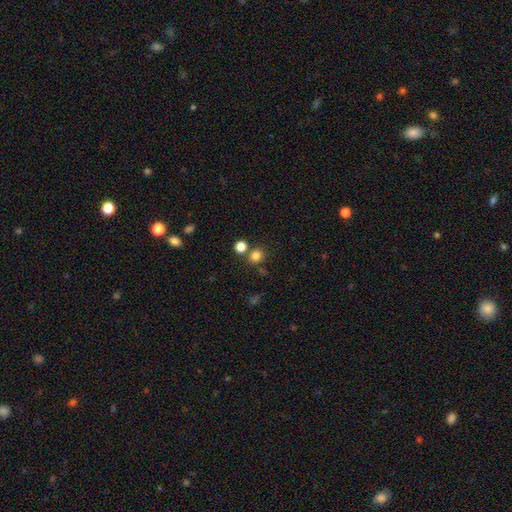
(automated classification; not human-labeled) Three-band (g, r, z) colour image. It shows a smooth galaxy with no disk features (80%) that is round (87%). Merging: none (73%).